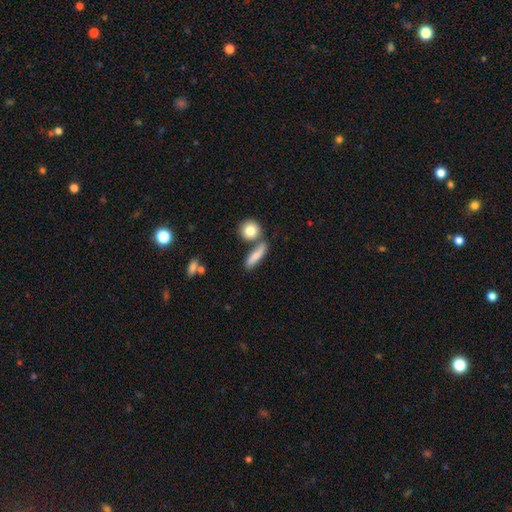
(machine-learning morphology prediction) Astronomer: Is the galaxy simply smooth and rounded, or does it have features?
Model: smooth — 77%.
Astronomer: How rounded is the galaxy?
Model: cigar-shaped — 60%.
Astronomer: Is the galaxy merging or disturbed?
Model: none — 63%.